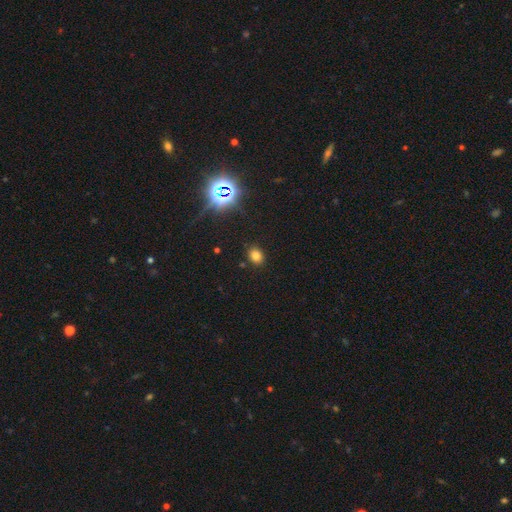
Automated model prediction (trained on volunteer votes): Overall: smooth (74%). How rounded: round (51%; in between 48%). Merging: none (86%).